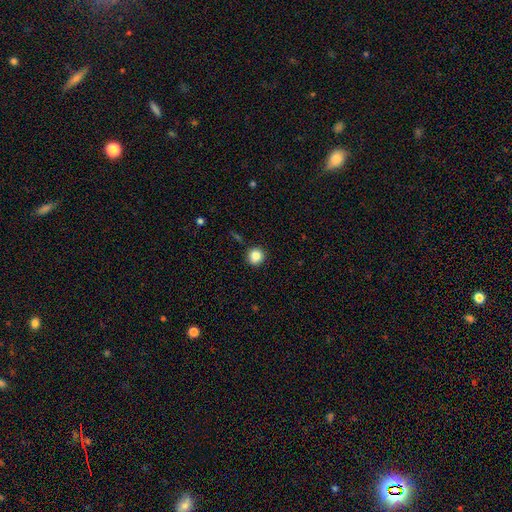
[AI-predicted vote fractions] smooth 85%, star or artifact 10%, featured or disk 5%. Down the decision tree: how rounded — round (93%); merging — none (87%).